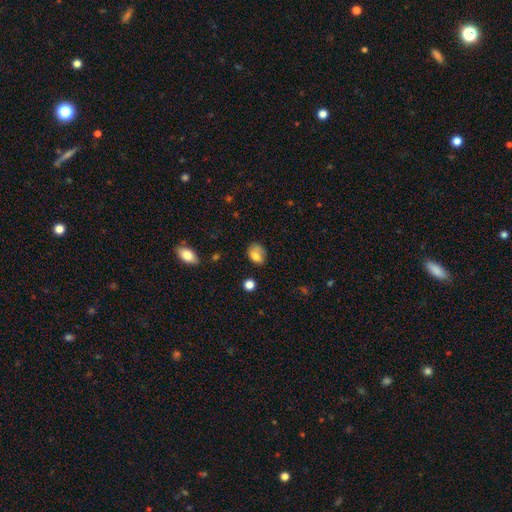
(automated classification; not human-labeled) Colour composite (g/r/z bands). It shows a smooth galaxy with no disk features (77%) that is in between round and cigar-shaped (71%). Merging: none (45%).